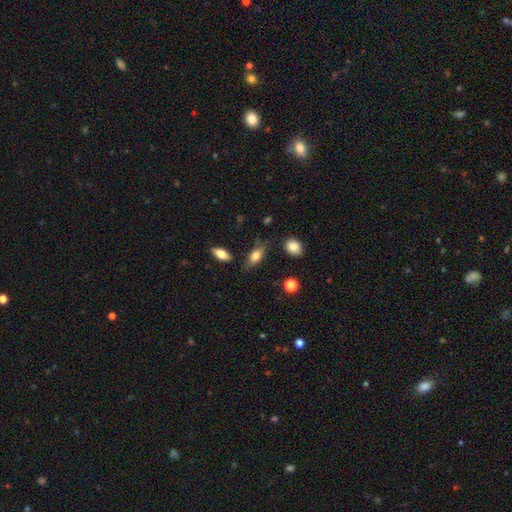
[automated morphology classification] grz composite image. It shows a smooth galaxy with no disk features (75%) that is in between round and cigar-shaped (81%). Merging: none (73%).